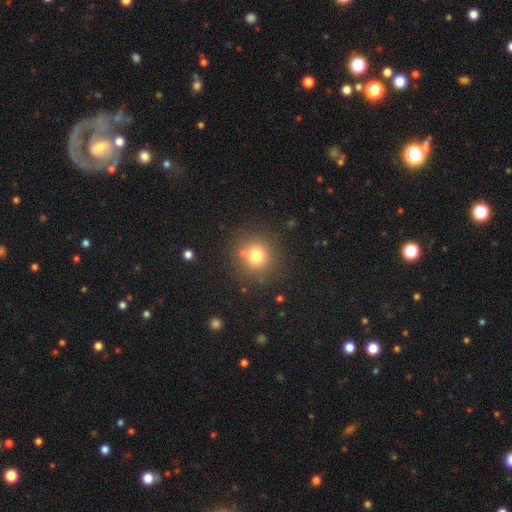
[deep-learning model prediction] A smooth galaxy with no disk features (75%) that is round (91%). Merging: none (80%).